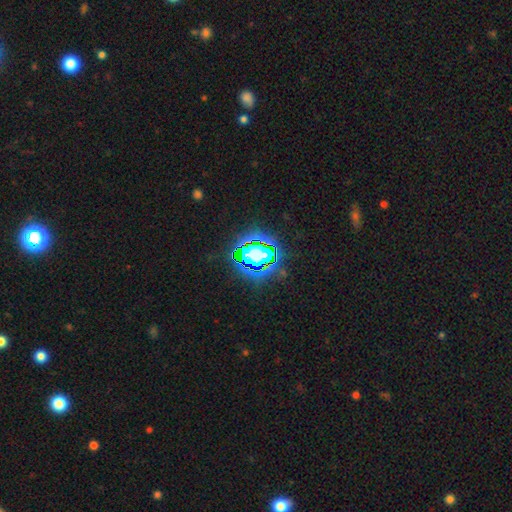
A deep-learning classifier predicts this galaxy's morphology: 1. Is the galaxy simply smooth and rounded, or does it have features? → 81% star or artifact, 12% smooth, 7% featured or disk.